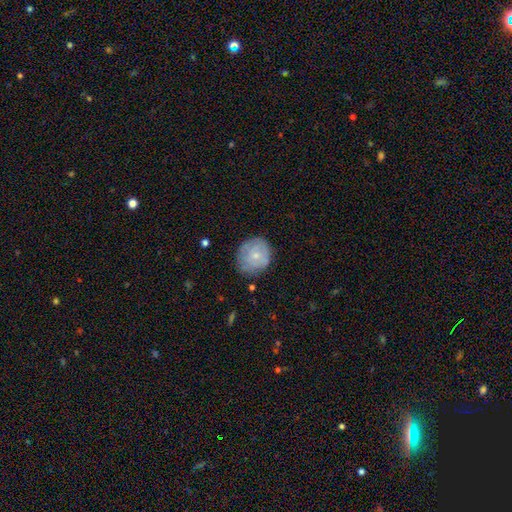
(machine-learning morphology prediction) smooth_or_featured: smooth (p=0.61) [alt: featured or disk p=0.32]
how_rounded: round (p=0.82) [alt: in between p=0.17]
merging: none (p=0.70) [alt: minor disturbance p=0.22]